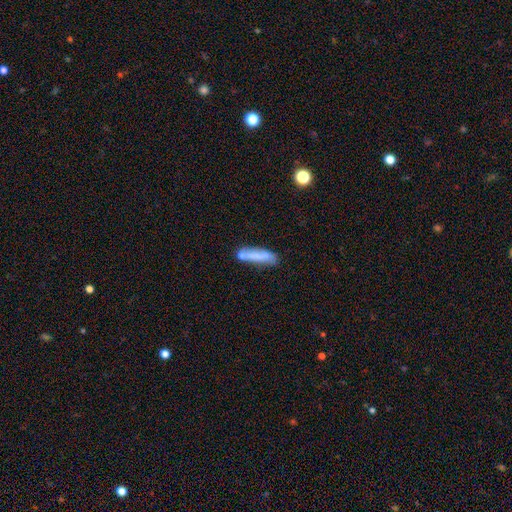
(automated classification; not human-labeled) Morphology: type=smooth (73%); roundness=cigar-shaped (83%); merging=none (61%).